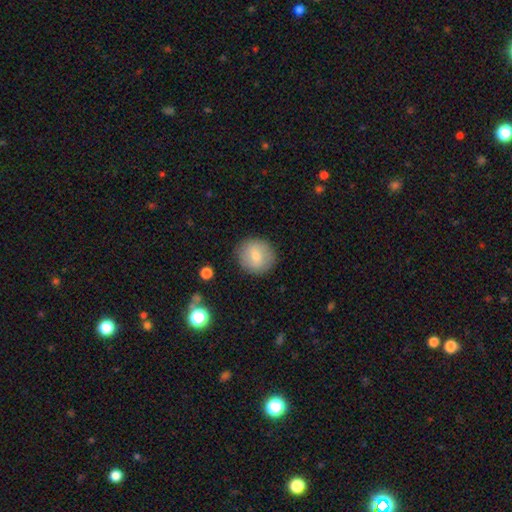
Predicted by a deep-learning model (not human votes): Smooth or featured: smooth — 74% (featured or disk — 17%)
How rounded: round — 90% (in between — 9%)
Merging: none — 87% (minor disturbance — 9%)